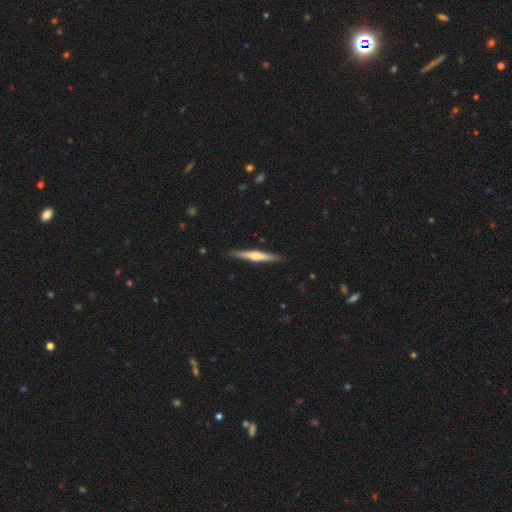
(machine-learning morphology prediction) smooth-or-featured: featured or disk: 59% | smooth: 36% | star or artifact: 5%
  disk-edge-on: yes: 97% | no: 3%
    edge-on-bulge: rounded: 79% | none: 11% | boxy: 10%
  merging: none: 90% | minor disturbance: 8% | major disturbance: 1% | merger: 1%